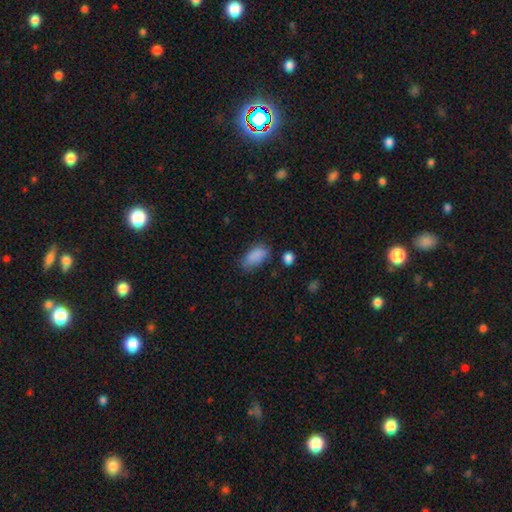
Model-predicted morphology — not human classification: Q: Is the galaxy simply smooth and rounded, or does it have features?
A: smooth — 85%.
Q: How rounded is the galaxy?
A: in between — 90%.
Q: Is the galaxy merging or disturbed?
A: none — 60%.